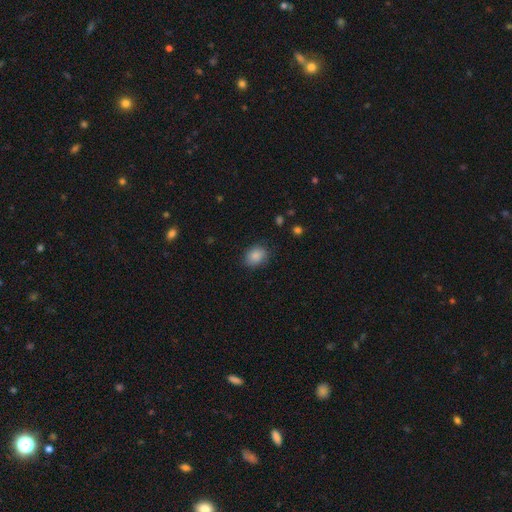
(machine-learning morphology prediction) A smooth galaxy with no disk features (87%) that is in between round and cigar-shaped (55%).

Vote fractions:
- Smooth or featured? smooth: 87% / star or artifact: 8% / featured or disk: 5%
- How rounded? in between: 55% / round: 44% / cigar-shaped: 1%
- Merging? none: 82% / minor disturbance: 13% / major disturbance: 3% / merger: 1%